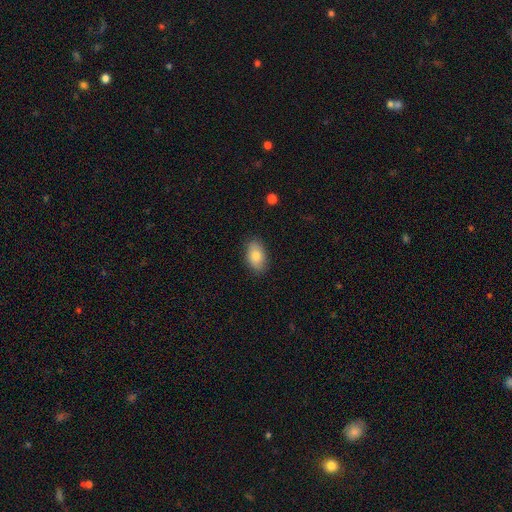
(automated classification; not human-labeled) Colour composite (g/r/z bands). It shows a smooth galaxy with no disk features (82%) that is in between round and cigar-shaped (91%). Merging: none (85%).